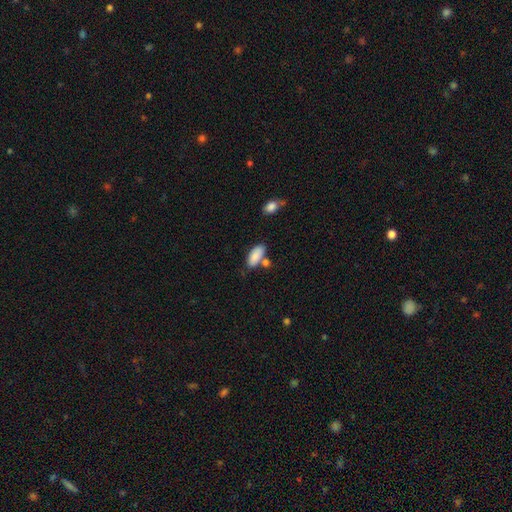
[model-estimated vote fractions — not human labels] A smooth galaxy with no disk features (87%) that is in between round and cigar-shaped (89%). Merging: none (63%).